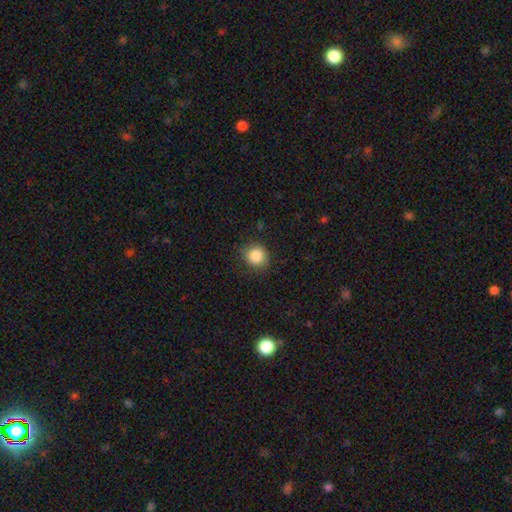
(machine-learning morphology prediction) Smooth or featured? Predicted: smooth (p=0.85). How rounded? Predicted: round (p=0.87). Merging? Predicted: none (p=0.83).